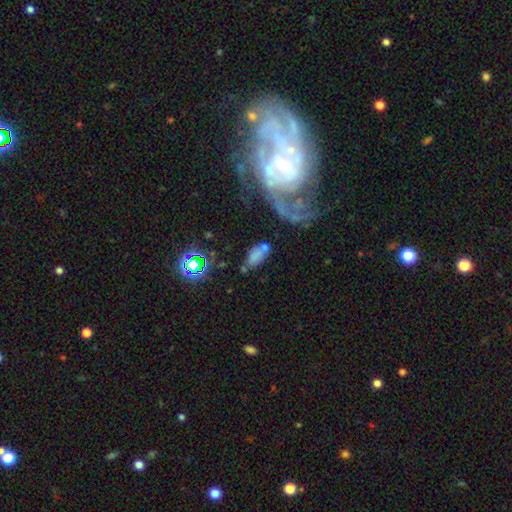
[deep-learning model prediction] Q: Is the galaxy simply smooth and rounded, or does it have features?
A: smooth — 64%.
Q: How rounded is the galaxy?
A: in between — 88%.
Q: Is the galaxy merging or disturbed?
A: none — 45%.